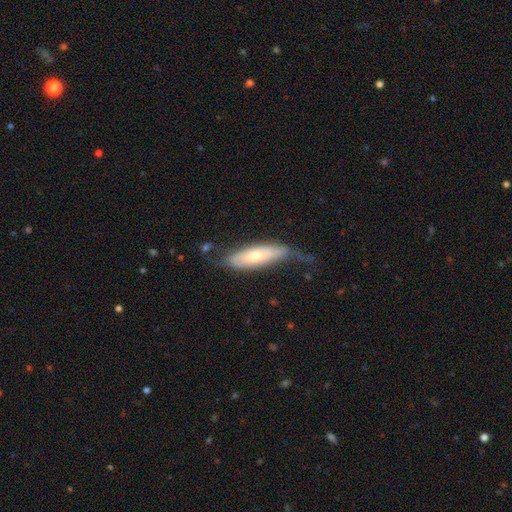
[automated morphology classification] Smooth or featured? smooth (49%)
Merging? none (43%)